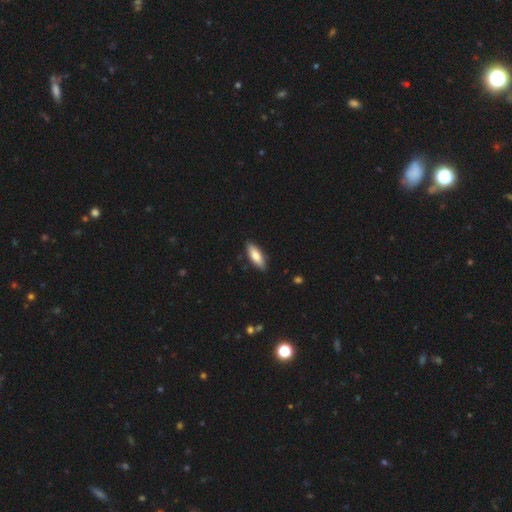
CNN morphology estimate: A smooth galaxy with no disk features (79%) that is in between round and cigar-shaped (64%). Merging: none (88%).